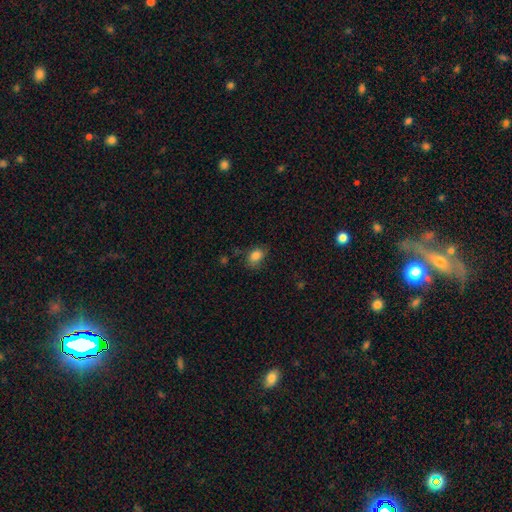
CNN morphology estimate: Smooth or featured?
  - smooth: 83% *
  - star or artifact: 9%
  - featured or disk: 8%
How rounded?
  - in between: 74% *
  - round: 24%
  - cigar-shaped: 1%
Merging?
  - none: 69% *
  - minor disturbance: 23%
  - major disturbance: 6%
  - merger: 2%